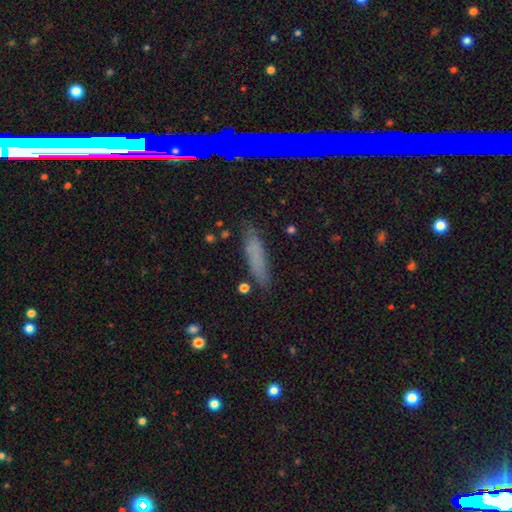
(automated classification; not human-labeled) smooth-or-featured: smooth: 65% | featured or disk: 21% | star or artifact: 15%
  how-rounded: cigar-shaped: 80% | in between: 17% | round: 3%
  merging: none: 81% | minor disturbance: 14% | major disturbance: 3% | merger: 2%